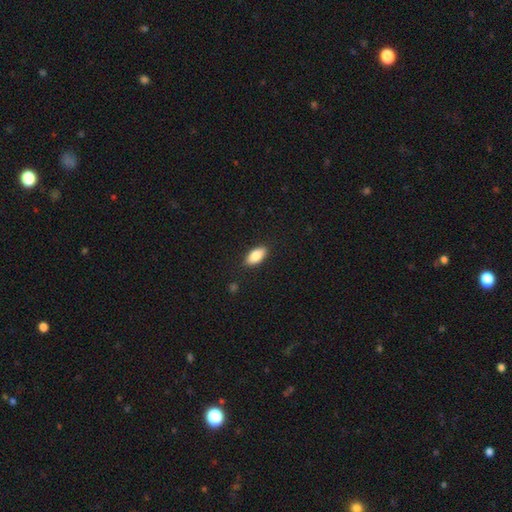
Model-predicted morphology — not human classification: The model was most divided on "smooth or featured": smooth: 83%, featured or disk: 10%, star or artifact: 7%. More confident: how rounded — in between (90%); merging — none (88%).